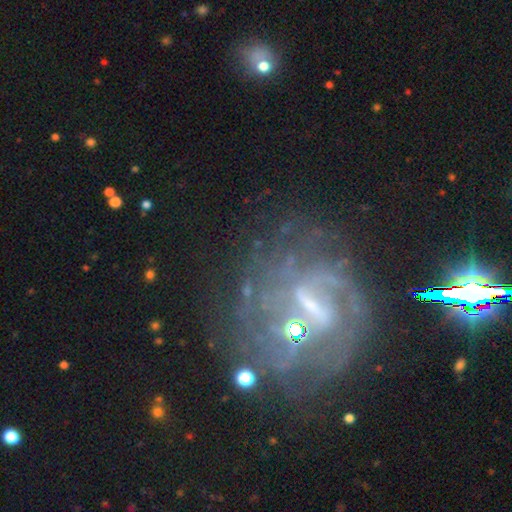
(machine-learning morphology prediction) Smooth or featured? Predicted: featured or disk (p=0.71). Edge-on disk? Predicted: no (p=0.94). Bar? Predicted: weak (p=0.40). Spiral arms? Predicted: yes (p=0.74). Bulge size? Predicted: small (p=0.41). Merging? Predicted: none (p=0.55).